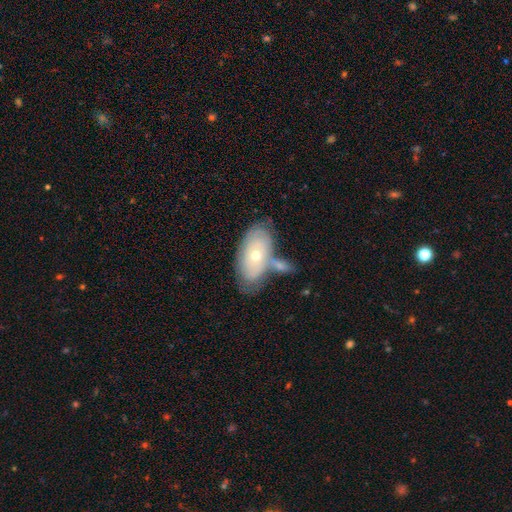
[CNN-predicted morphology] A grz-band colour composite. It shows a featured or disk galaxy (50%). Merging: none (50%).